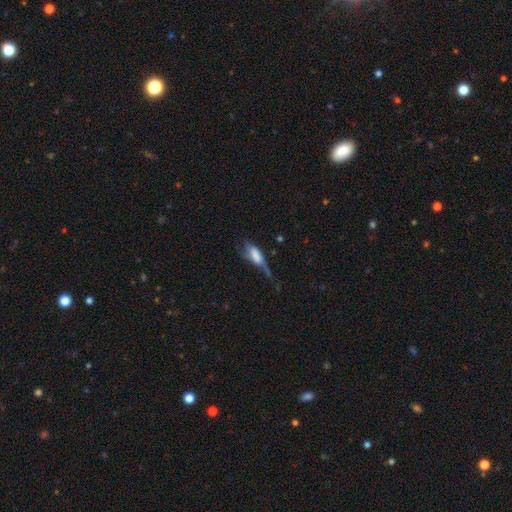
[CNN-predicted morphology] Q: Smooth or featured?
A: smooth (58%); runner-up: featured or disk (33%)
Q: How rounded?
A: in between (74%); runner-up: cigar-shaped (23%)
Q: Merging?
A: major disturbance (44%); runner-up: minor disturbance (27%)